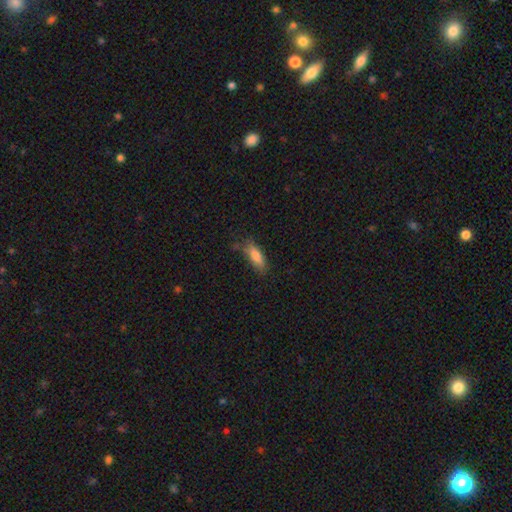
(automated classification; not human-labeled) smooth_or_featured: smooth (p=0.82) [alt: featured or disk p=0.11]
how_rounded: in between (p=0.63) [alt: cigar-shaped p=0.35]
merging: none (p=0.67) [alt: minor disturbance p=0.23]